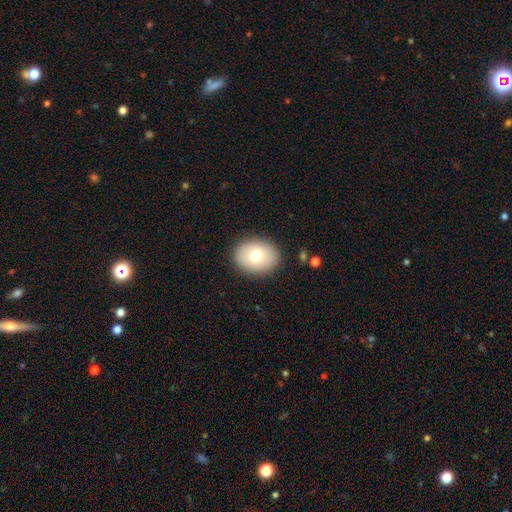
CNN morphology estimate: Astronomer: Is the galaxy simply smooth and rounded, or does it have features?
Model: smooth — 72%.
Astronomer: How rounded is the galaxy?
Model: in between — 60% (runner-up: round, 39%).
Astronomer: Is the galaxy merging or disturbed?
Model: none — 88%.